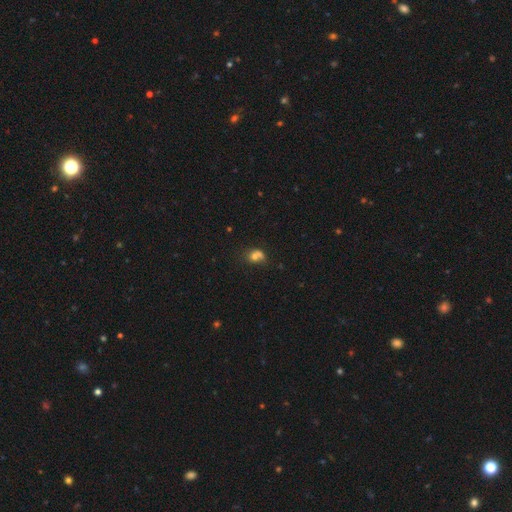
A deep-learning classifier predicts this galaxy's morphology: A smooth galaxy with no disk features (68%) that is round (59%).

Vote fractions:
- Smooth or featured? smooth: 68% / featured or disk: 18% / star or artifact: 14%
- How rounded? round: 59% / in between: 39% / cigar-shaped: 1%
- Merging? merger: 43% / none: 31% / minor disturbance: 15% / major disturbance: 11%